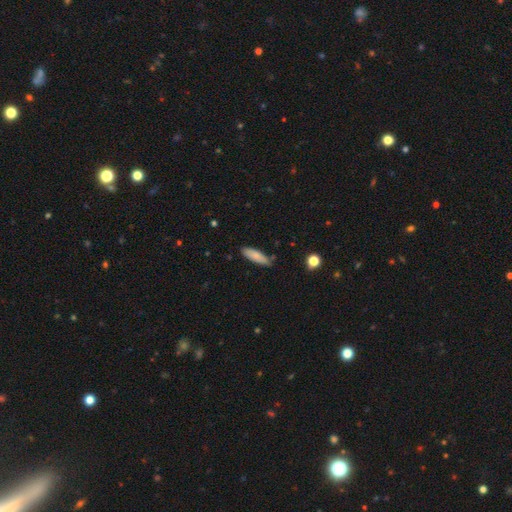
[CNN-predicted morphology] Smooth or featured?
  - smooth: 82% *
  - featured or disk: 11%
  - star or artifact: 7%
How rounded?
  - cigar-shaped: 56% *
  - in between: 43%
  - round: 2%
Merging?
  - none: 79% *
  - minor disturbance: 16%
  - merger: 3%
  - major disturbance: 2%